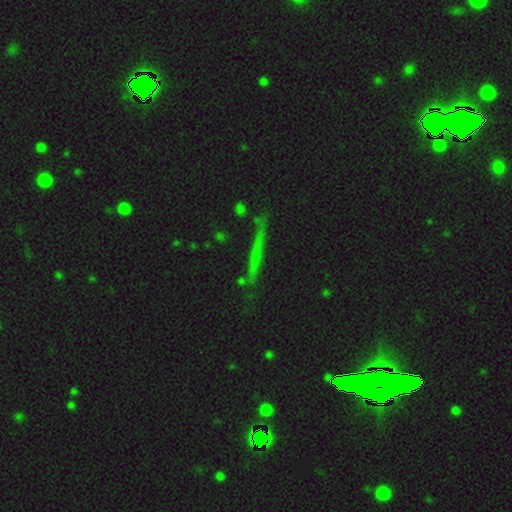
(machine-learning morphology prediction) Q: Smooth or featured?
A: featured or disk (40%); tied with: smooth (40%)
Q: Merging?
A: none (82%); runner-up: minor disturbance (11%)